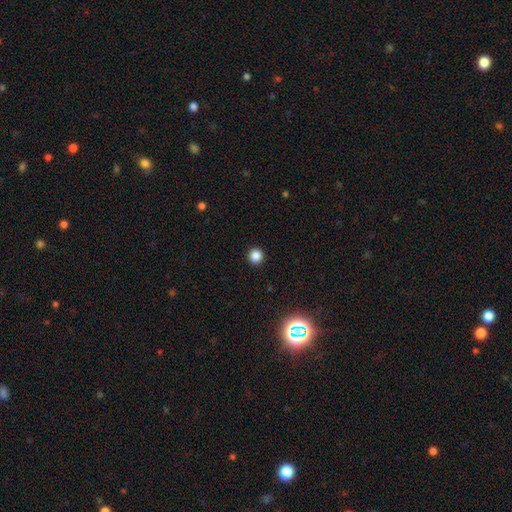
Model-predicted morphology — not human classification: smooth_or_featured: smooth (p=0.84) [alt: star or artifact p=0.12]
how_rounded: round (p=0.94) [alt: in between p=0.05]
merging: none (p=0.93) [alt: minor disturbance p=0.04]